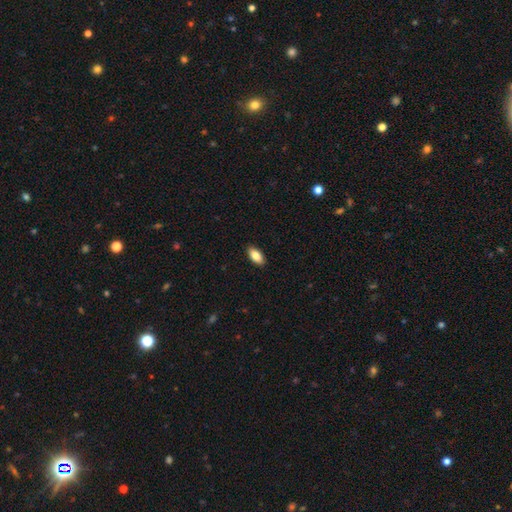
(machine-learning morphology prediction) The model was most divided on "smooth or featured": smooth: 84%, featured or disk: 10%, star or artifact: 7%. More confident: merging — none (90%); how rounded — in between (90%).